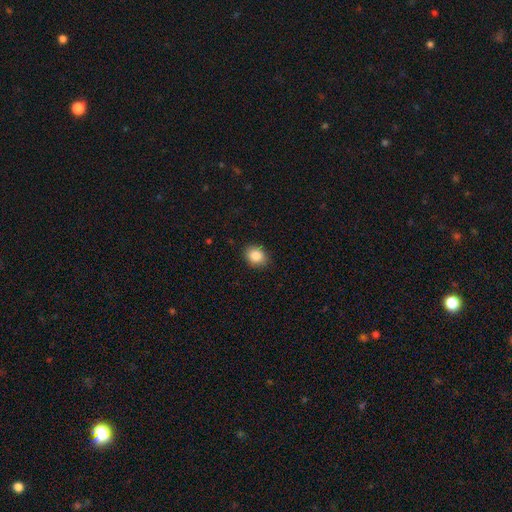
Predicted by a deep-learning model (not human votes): smooth_or_featured: smooth (p=0.86) [alt: star or artifact p=0.09]
how_rounded: round (p=0.50) [alt: in between p=0.49]
merging: none (p=0.88) [alt: minor disturbance p=0.09]